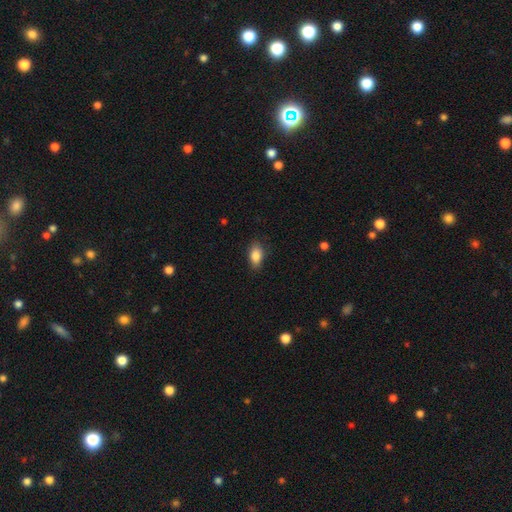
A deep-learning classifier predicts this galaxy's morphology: This appears to be a smooth galaxy with no disk features (86%) that is in between round and cigar-shaped (88%). Merging: none (82%).